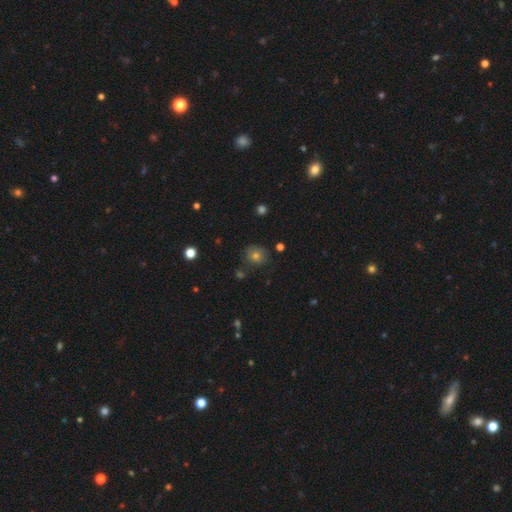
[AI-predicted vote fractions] This is likely a smooth galaxy (72%). How rounded: clearly round (80%). Merging: clearly none (81%).